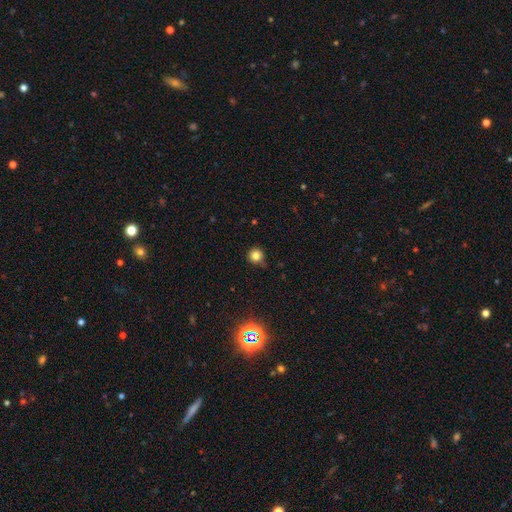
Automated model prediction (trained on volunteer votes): The model was most divided on "smooth or featured": smooth: 79%, star or artifact: 15%, featured or disk: 6%. More confident: how rounded — round (94%); merging — none (80%).